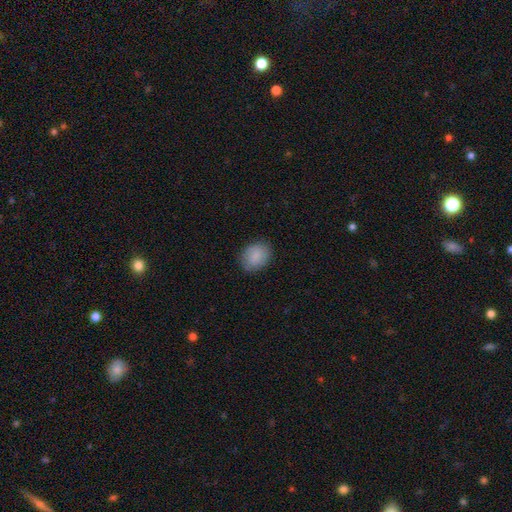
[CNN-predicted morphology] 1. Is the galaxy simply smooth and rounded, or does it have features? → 87% smooth, 7% star or artifact, 6% featured or disk.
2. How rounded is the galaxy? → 54% in between, 45% round, 1% cigar-shaped.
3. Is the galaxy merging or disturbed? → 83% none, 13% minor disturbance, 3% major disturbance, 1% merger.